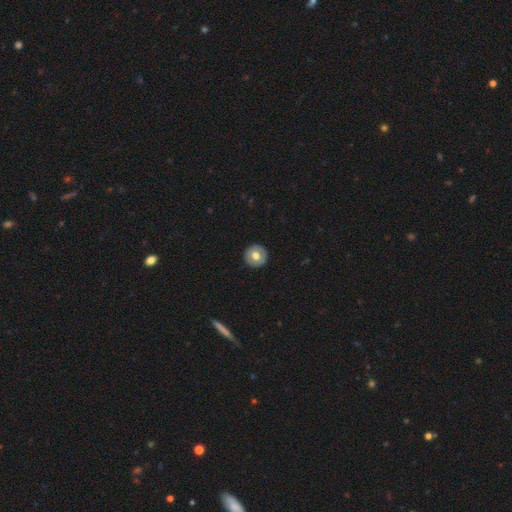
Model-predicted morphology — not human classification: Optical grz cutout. It shows a smooth galaxy with no disk features (62%) that is round (95%). Merging: none (91%).